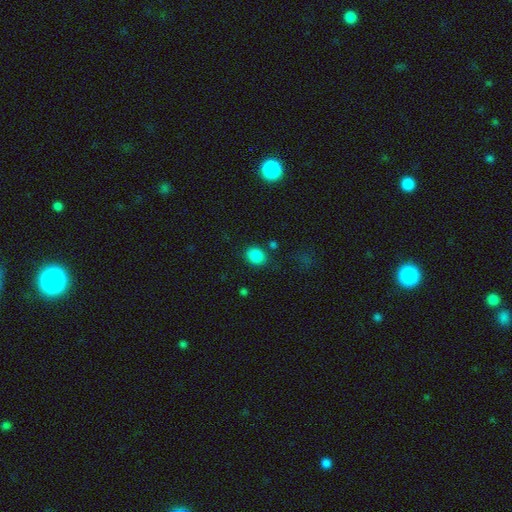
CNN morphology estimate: A smooth galaxy with no disk features (86%) that is round (55%).

Vote fractions:
- Smooth or featured? smooth: 86% / star or artifact: 10% / featured or disk: 4%
- How rounded? round: 55% / in between: 44% / cigar-shaped: 1%
- Merging? none: 81% / minor disturbance: 10% / merger: 4% / major disturbance: 4%